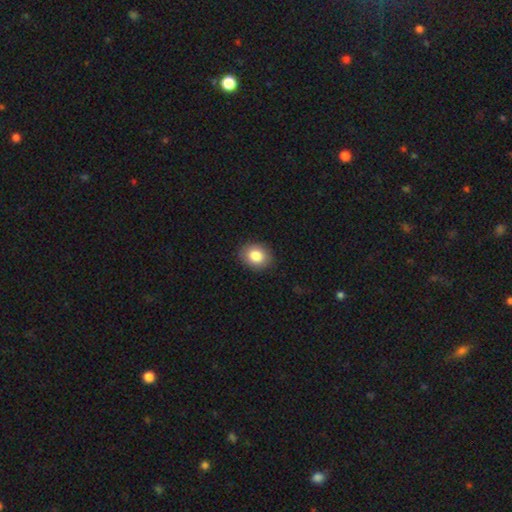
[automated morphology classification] Smooth or featured: smooth — 84% (star or artifact — 8%)
How rounded: in between — 51% (round — 49%)
Merging: none — 89% (minor disturbance — 8%)